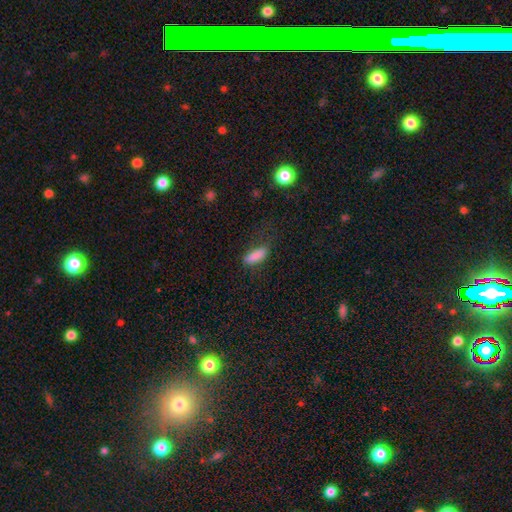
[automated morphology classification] smooth_or_featured: smooth (p=0.85) [alt: star or artifact p=0.08]
how_rounded: in between (p=0.63) [alt: cigar-shaped p=0.35]
merging: none (p=0.62) [alt: minor disturbance p=0.24]